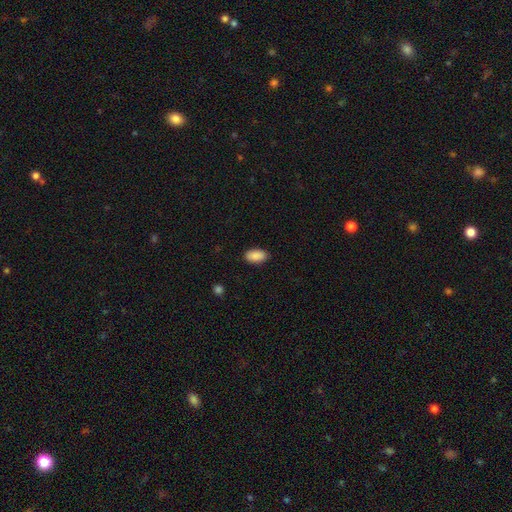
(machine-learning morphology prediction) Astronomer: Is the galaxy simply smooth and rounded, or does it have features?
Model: smooth — 90%.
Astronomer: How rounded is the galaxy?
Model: in between — 94%.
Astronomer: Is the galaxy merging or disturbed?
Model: none — 87%.